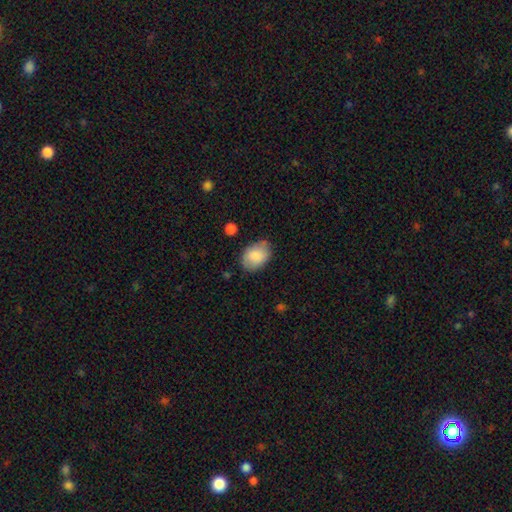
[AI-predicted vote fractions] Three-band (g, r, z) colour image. It shows a smooth galaxy with no disk features (85%) that is in between round and cigar-shaped (81%). Merging: none (75%).